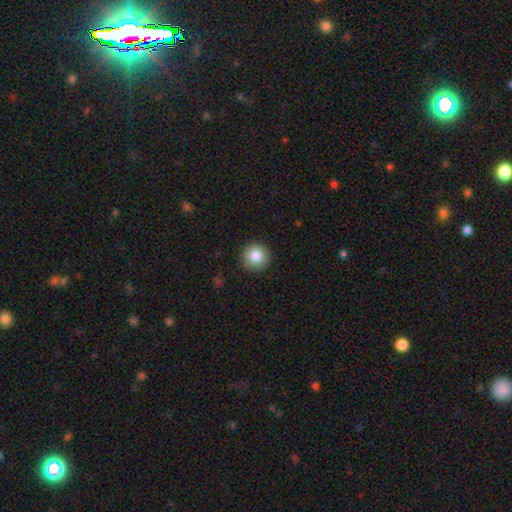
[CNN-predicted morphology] smooth-or-featured: smooth: 84% | star or artifact: 9% | featured or disk: 7%
  how-rounded: round: 95% | in between: 4% | cigar-shaped: 1%
  merging: none: 90% | minor disturbance: 7% | major disturbance: 2% | merger: 1%